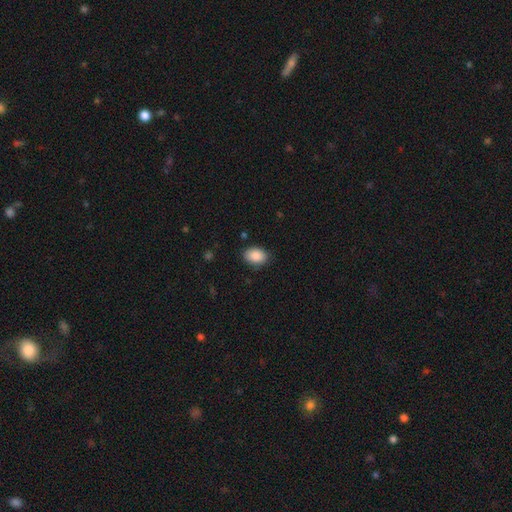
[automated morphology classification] type=smooth (88%); roundness=in between (80%); merging=none (86%).